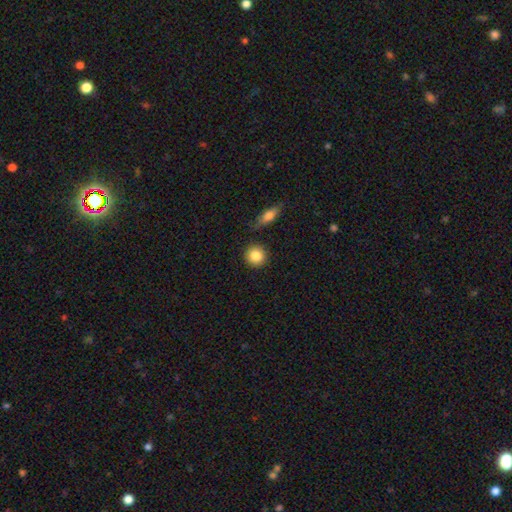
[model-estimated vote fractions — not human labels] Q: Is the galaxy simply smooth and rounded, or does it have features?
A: smooth — 85%.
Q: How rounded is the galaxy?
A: round — 91%.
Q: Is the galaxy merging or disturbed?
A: none — 87%.